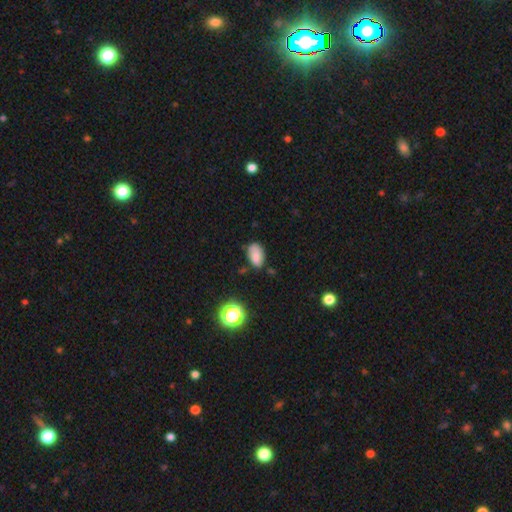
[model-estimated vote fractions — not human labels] smooth 81%, star or artifact 11%, featured or disk 8%. Down the decision tree: how rounded — in between (91%); merging — none (67%).